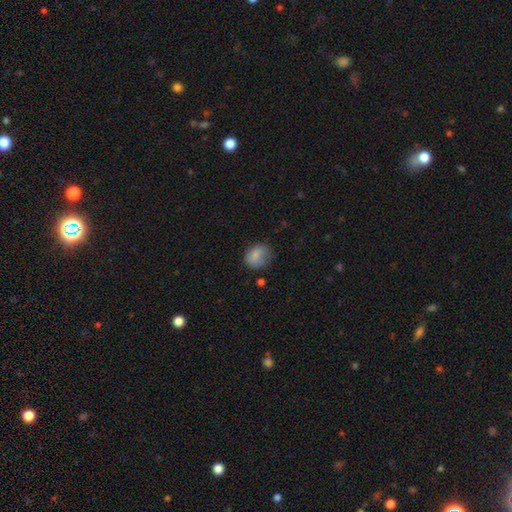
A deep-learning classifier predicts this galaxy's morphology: The model was most divided on "how rounded": round: 60%, in between: 39%, cigar-shaped: 1%. More confident: smooth or featured — smooth (77%); merging — none (55%).